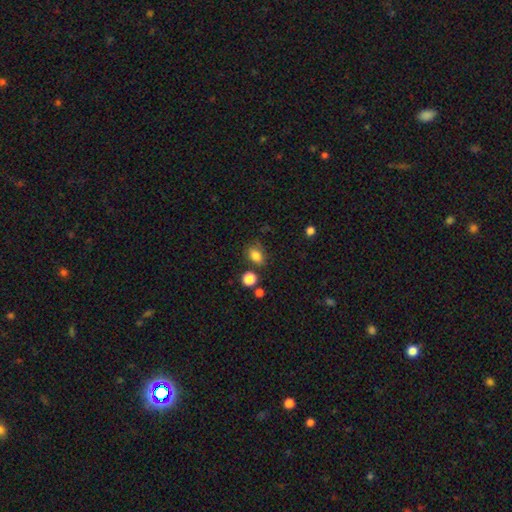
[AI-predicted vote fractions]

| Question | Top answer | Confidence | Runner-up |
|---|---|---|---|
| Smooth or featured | smooth | 83% | star or artifact (11%) |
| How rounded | in between | 75% | round (23%) |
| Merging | none | 67% | minor disturbance (20%) |